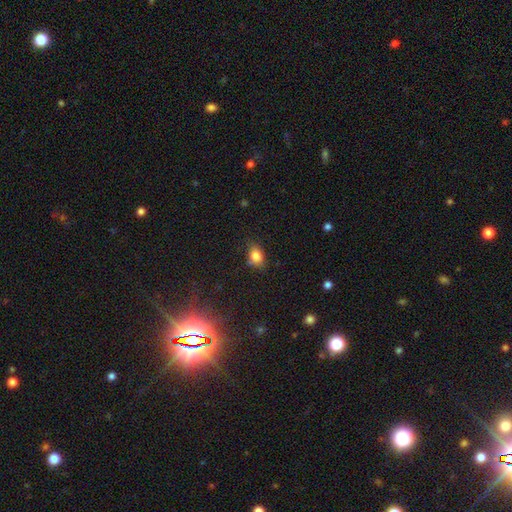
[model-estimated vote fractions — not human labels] Smooth or featured? smooth (82%)
How rounded? in between (64%)
Merging? none (69%)